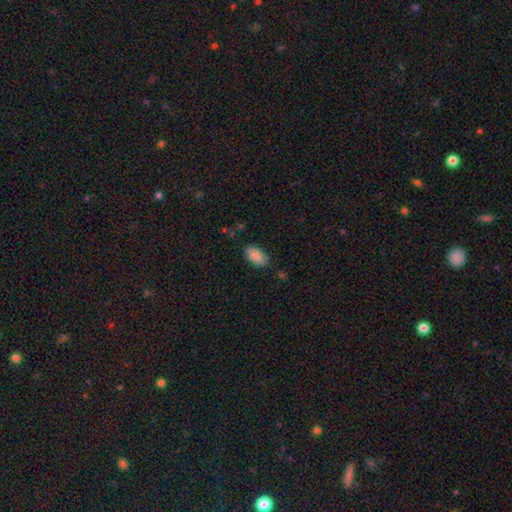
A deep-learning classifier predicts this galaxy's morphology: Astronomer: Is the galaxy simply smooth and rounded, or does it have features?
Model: smooth — 85%.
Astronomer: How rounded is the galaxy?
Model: in between — 94%.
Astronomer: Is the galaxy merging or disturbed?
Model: none — 83%.